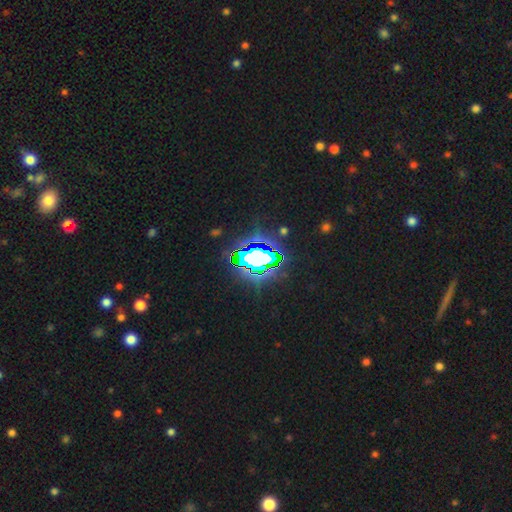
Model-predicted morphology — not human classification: star or artifact 67%, featured or disk 17%, smooth 16%.